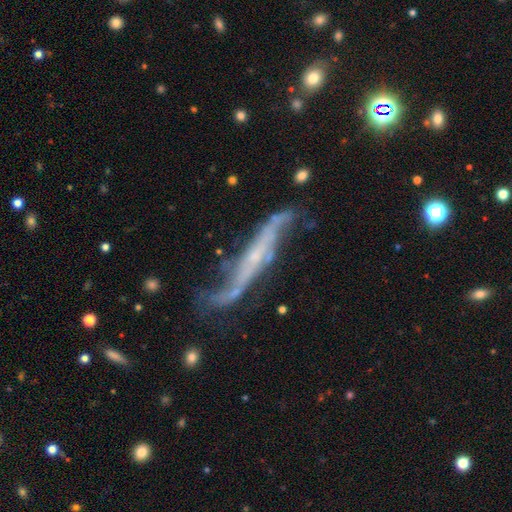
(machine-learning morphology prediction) Smooth or featured? featured or disk (82%)
Edge-on disk? no (52%)
Merging? none (54%)